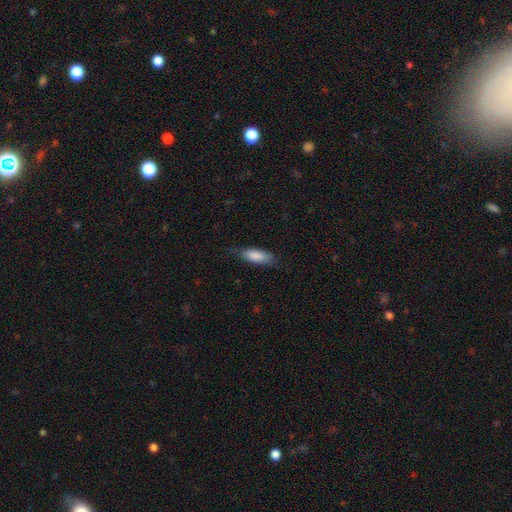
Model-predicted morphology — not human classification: Smooth or featured?
  - smooth: 85% *
  - featured or disk: 9%
  - star or artifact: 6%
How rounded?
  - in between: 67% *
  - cigar-shaped: 32%
  - round: 2%
Merging?
  - none: 74% *
  - minor disturbance: 20%
  - major disturbance: 5%
  - merger: 1%